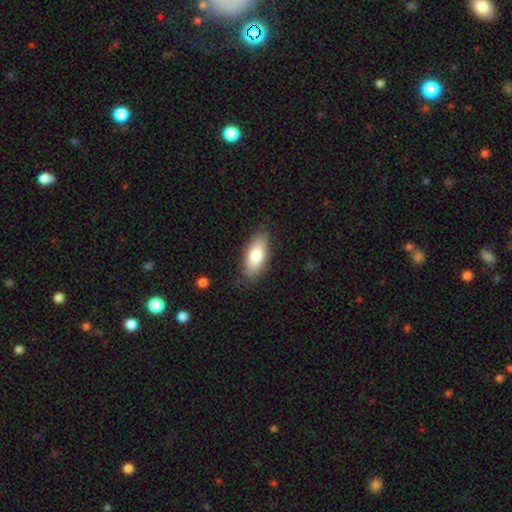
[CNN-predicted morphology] This appears to be a smooth galaxy with no disk features (78%) that is in between round and cigar-shaped (82%). Merging: none (84%).